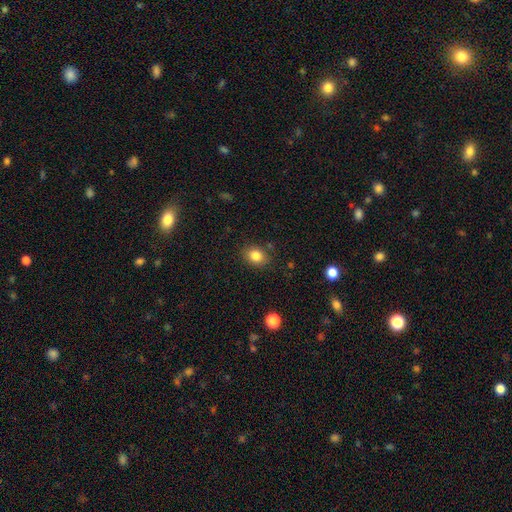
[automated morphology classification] Overall: smooth (83%). How rounded: in between (54%; round 45%). Merging: none (83%).